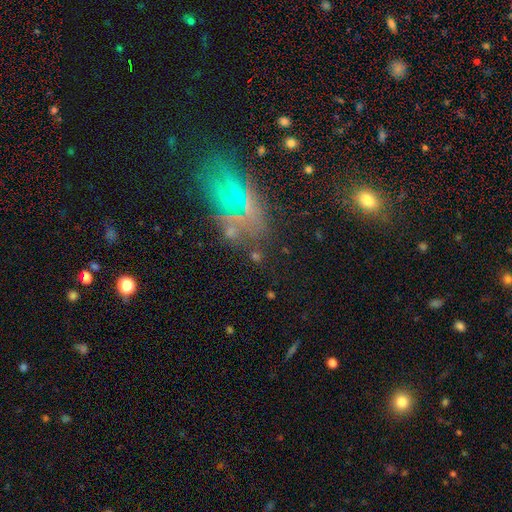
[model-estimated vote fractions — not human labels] Overall: star or artifact (39%; smooth 37%).